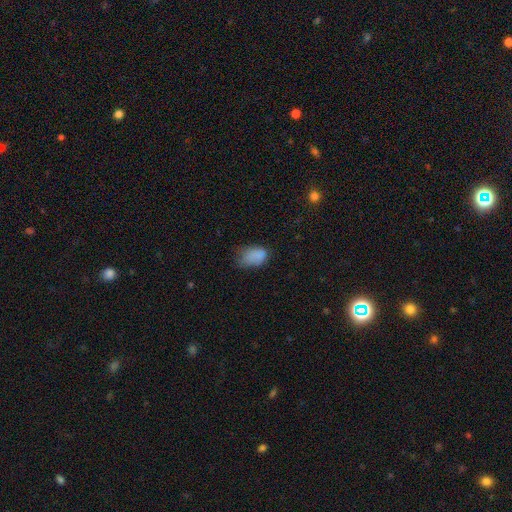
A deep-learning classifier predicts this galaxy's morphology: Smooth or featured? Predicted: smooth (p=0.80). How rounded? Predicted: in between (p=0.89). Merging? Predicted: none (p=0.40).